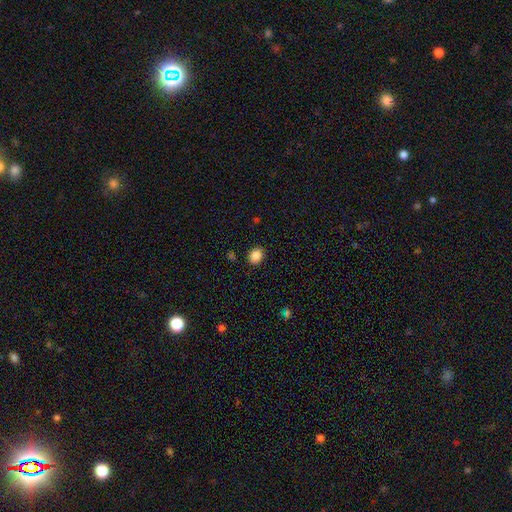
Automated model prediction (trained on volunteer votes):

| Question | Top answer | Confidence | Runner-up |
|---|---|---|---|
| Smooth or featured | smooth | 86% | star or artifact (10%) |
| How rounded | round | 55% | in between (44%) |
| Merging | none | 88% | minor disturbance (8%) |